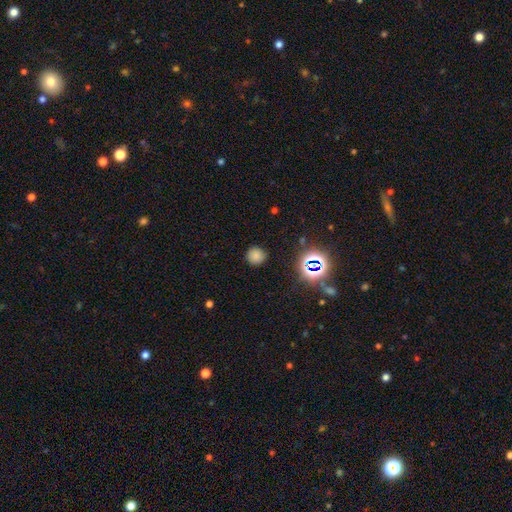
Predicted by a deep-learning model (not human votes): Smooth or featured?
  - smooth: 73% *
  - star or artifact: 20%
  - featured or disk: 7%
How rounded?
  - round: 92% *
  - in between: 7%
  - cigar-shaped: 1%
Merging?
  - none: 86% *
  - minor disturbance: 9%
  - major disturbance: 3%
  - merger: 1%